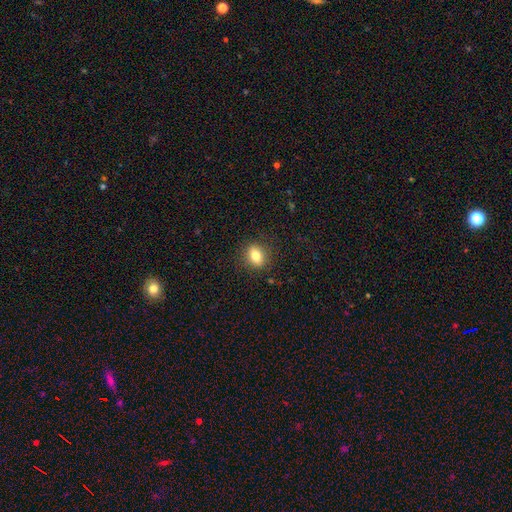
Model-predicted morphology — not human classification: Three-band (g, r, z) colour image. It shows a smooth galaxy with no disk features (80%) that is in between round and cigar-shaped (62%). Merging: none (87%).